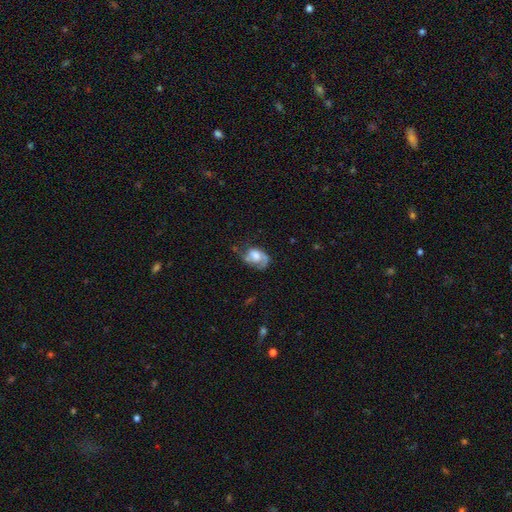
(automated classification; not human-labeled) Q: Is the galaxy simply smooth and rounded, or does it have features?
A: featured or disk — 61%.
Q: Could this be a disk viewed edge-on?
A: no — 97%.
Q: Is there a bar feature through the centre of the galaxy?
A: no — 69%.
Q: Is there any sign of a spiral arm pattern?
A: yes — 81%.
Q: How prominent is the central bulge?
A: large — 38%.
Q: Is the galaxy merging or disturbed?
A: none — 39%.